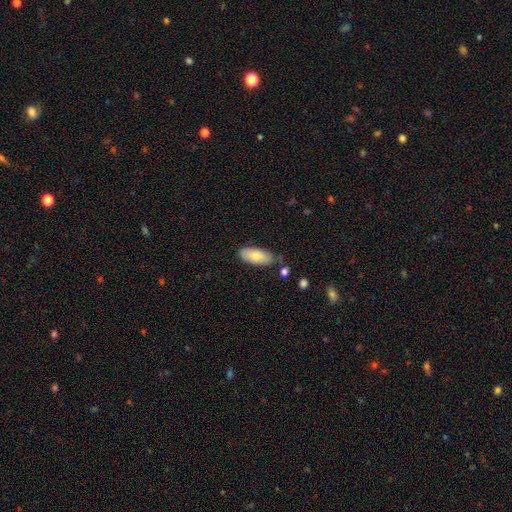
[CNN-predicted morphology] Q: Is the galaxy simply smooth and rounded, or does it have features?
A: smooth — 74%.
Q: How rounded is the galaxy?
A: in between — 88%.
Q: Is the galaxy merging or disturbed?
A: none — 74%.